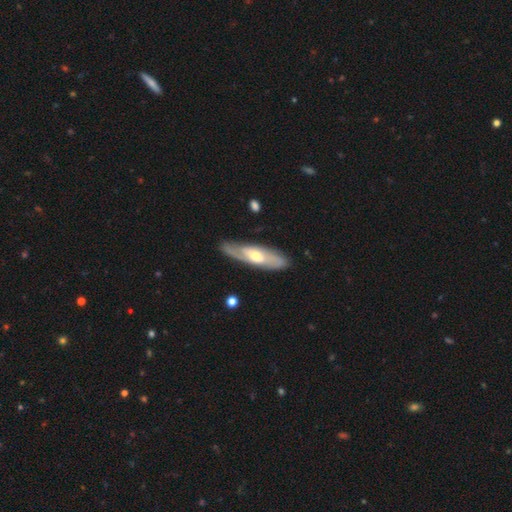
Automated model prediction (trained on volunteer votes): featured or disk 66%, smooth 29%, star or artifact 5%. Down the decision tree: edge-on disk — no (67%); merging — none (80%).